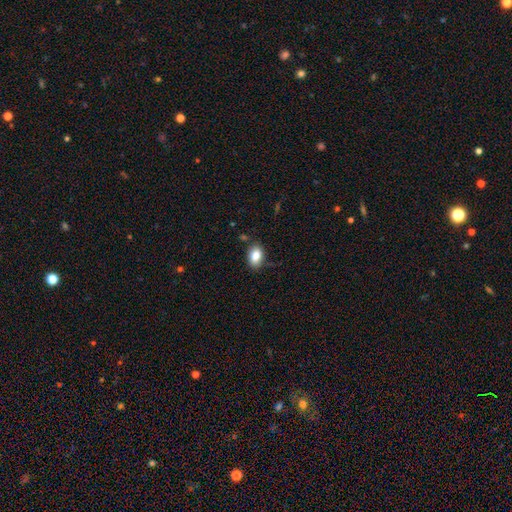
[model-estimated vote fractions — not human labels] A smooth galaxy with no disk features (85%) that is in between round and cigar-shaped (85%).

Vote fractions:
- Smooth or featured? smooth: 85% / star or artifact: 8% / featured or disk: 7%
- How rounded? in between: 85% / round: 13% / cigar-shaped: 1%
- Merging? none: 80% / minor disturbance: 14% / major disturbance: 3% / merger: 2%